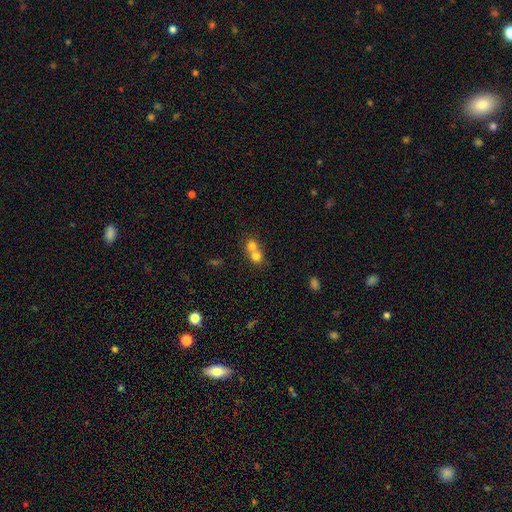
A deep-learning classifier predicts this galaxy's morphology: Overall: smooth (74%). How rounded: round (79%). Merging: merger (67%; none 27%).